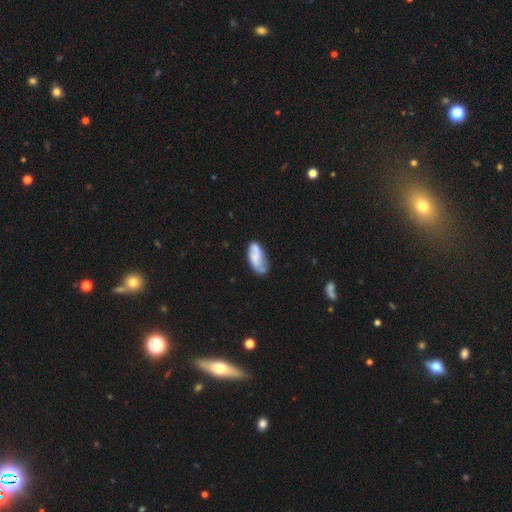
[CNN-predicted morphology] Q: Smooth or featured?
A: smooth (52%); runner-up: featured or disk (40%)
Q: How rounded?
A: in between (87%); runner-up: cigar-shaped (11%)
Q: Merging?
A: none (46%); runner-up: minor disturbance (31%)